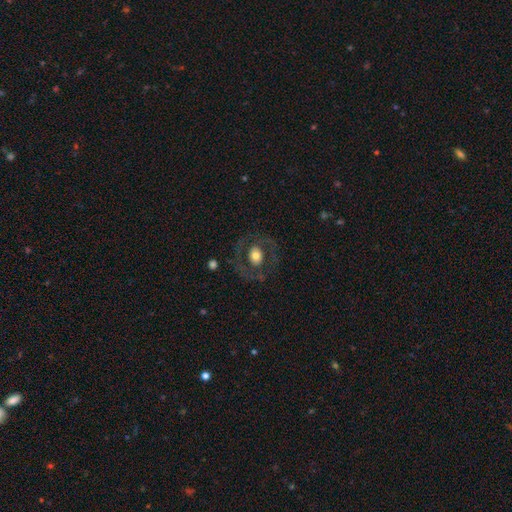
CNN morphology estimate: Overall: featured or disk (48%; smooth 45%). Merging: none (75%).